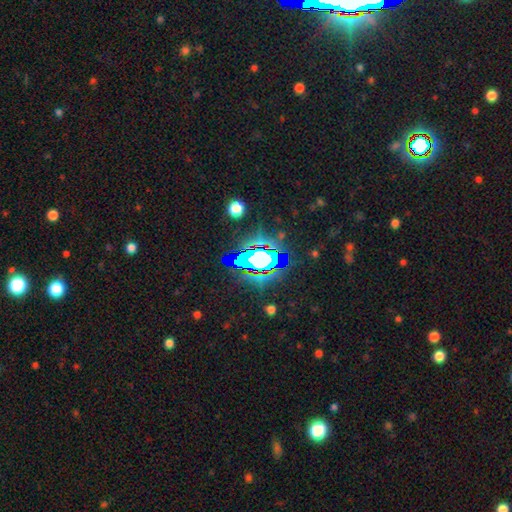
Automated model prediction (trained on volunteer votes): Smooth or featured? star or artifact (75%)